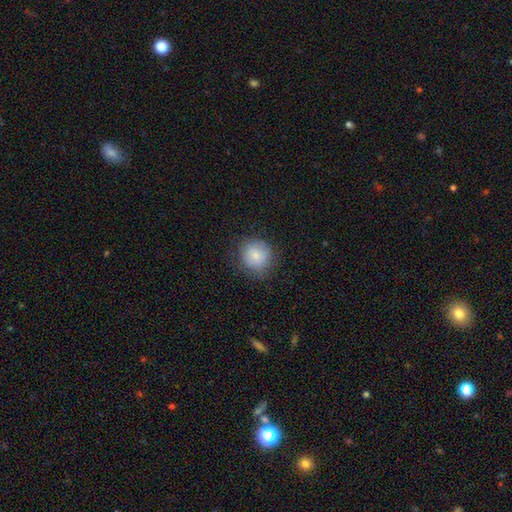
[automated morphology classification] A smooth galaxy with no disk features (82%) that is round (90%).

Vote fractions:
- Smooth or featured? smooth: 82% / featured or disk: 10% / star or artifact: 8%
- How rounded? round: 90% / in between: 9% / cigar-shaped: 1%
- Merging? none: 80% / minor disturbance: 14% / major disturbance: 5% / merger: 1%